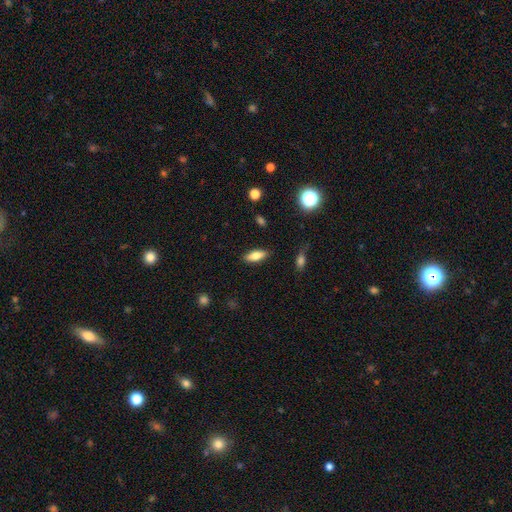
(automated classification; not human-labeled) The model was most divided on "how rounded": in between: 71%, cigar-shaped: 26%, round: 3%. More confident: merging — none (87%); smooth or featured — smooth (73%).